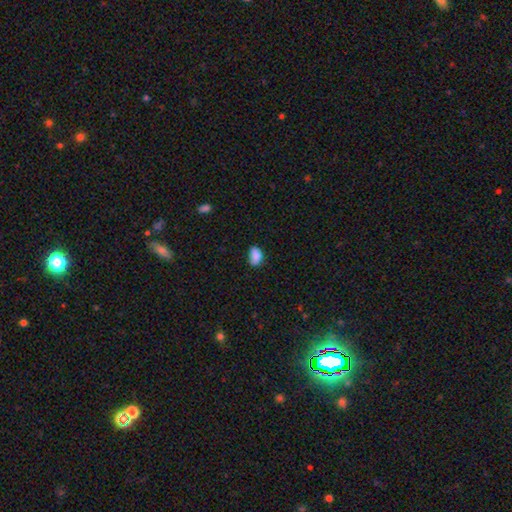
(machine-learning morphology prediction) Smooth or featured? Predicted: smooth (p=0.86). How rounded? Predicted: in between (p=0.86). Merging? Predicted: none (p=0.60).